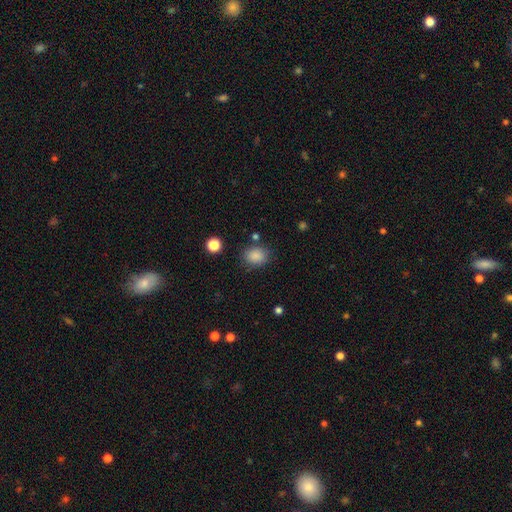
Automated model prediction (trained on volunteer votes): A smooth galaxy with no disk features (86%) that is in between round and cigar-shaped (51%). Merging: none (80%).